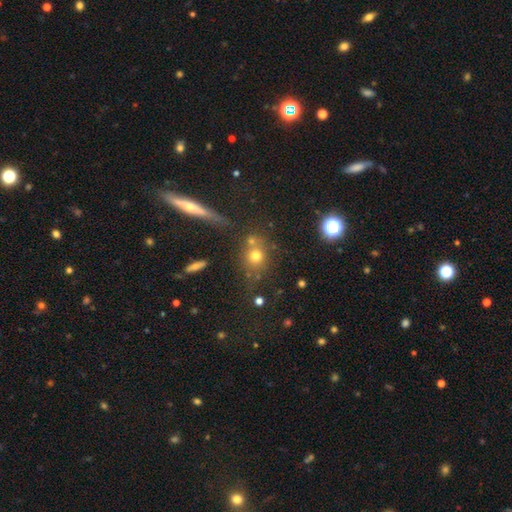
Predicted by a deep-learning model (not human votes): Smooth or featured: smooth — 69% (star or artifact — 18%)
How rounded: round — 78% (in between — 19%)
Merging: none — 61% (merger — 20%)